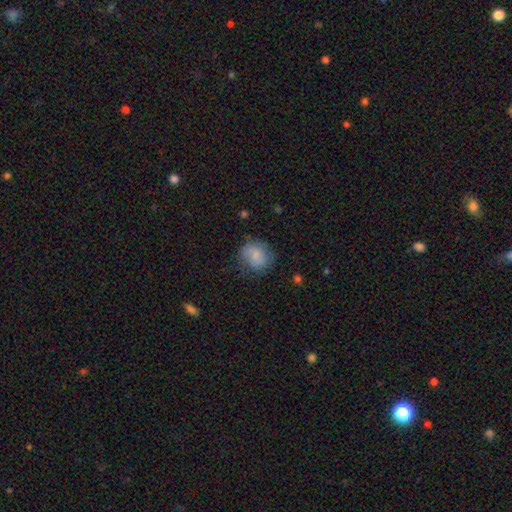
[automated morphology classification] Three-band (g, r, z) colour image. It shows a smooth galaxy with no disk features (71%) that is round (79%). Merging: none (62%).